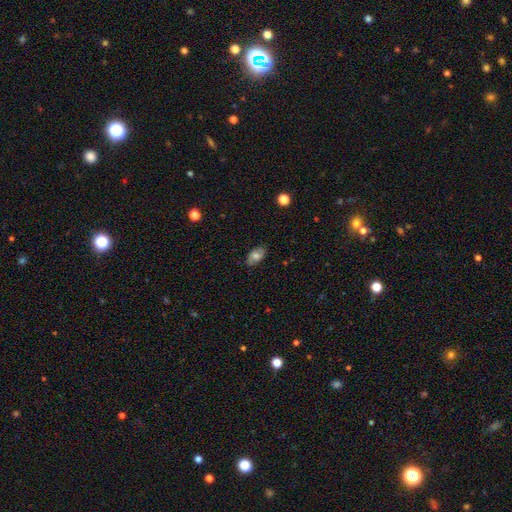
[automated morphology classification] type=smooth (60%); roundness=in between (90%); merging=none (80%).